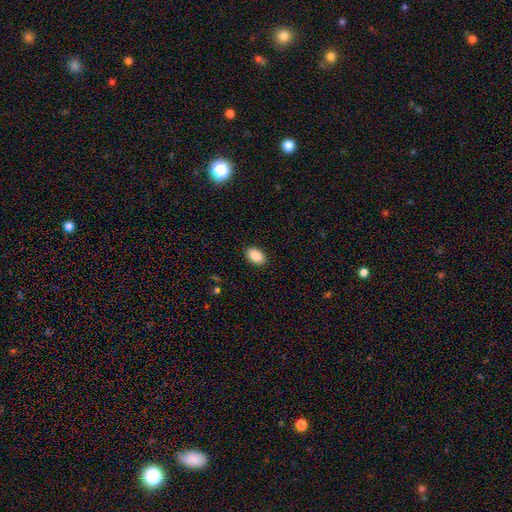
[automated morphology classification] type=smooth (88%); roundness=in between (91%); merging=none (90%).